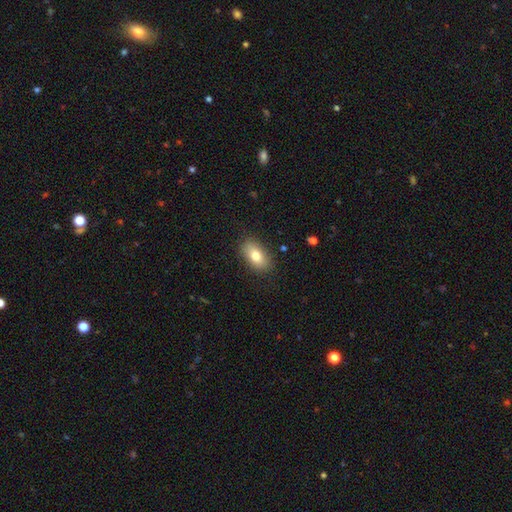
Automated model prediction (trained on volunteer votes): Smooth or featured?
  - smooth: 78% *
  - featured or disk: 15%
  - star or artifact: 8%
How rounded?
  - in between: 90% *
  - round: 7%
  - cigar-shaped: 4%
Merging?
  - none: 85% *
  - minor disturbance: 11%
  - major disturbance: 3%
  - merger: 1%